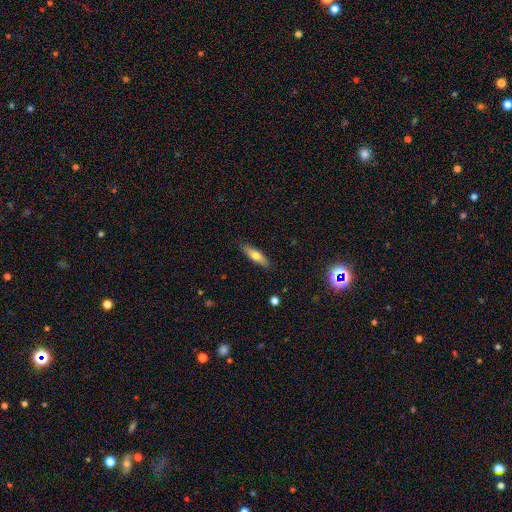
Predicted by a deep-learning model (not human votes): Smooth or featured? Predicted: smooth (p=0.66). How rounded? Predicted: cigar-shaped (p=0.60). Merging? Predicted: none (p=0.87).